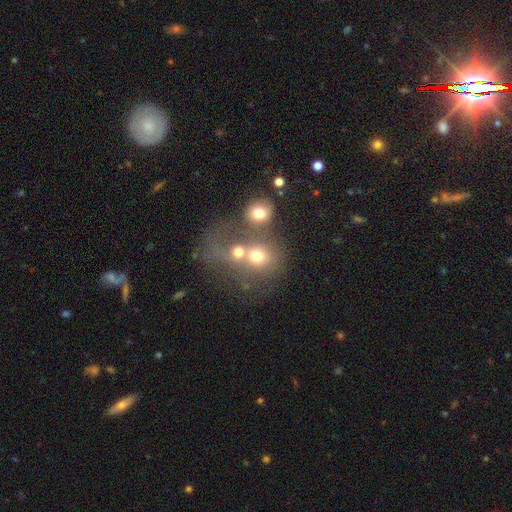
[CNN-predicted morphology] smooth-or-featured: smooth: 60% | featured or disk: 23% | star or artifact: 16%
  how-rounded: round: 73% | in between: 25% | cigar-shaped: 1%
  merging: merger: 61% | none: 22% | major disturbance: 10% | minor disturbance: 7%